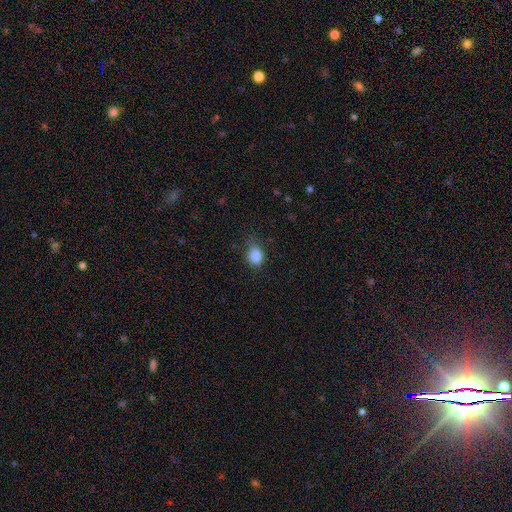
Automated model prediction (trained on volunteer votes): Smooth or featured? smooth (86%)
How rounded? in between (55%)
Merging? none (63%)